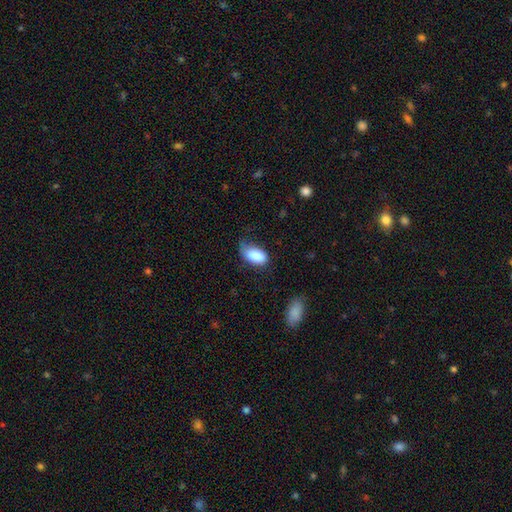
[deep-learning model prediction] Smooth or featured: smooth — 87% (star or artifact — 7%)
How rounded: in between — 94% (round — 4%)
Merging: none — 45% (minor disturbance — 39%)